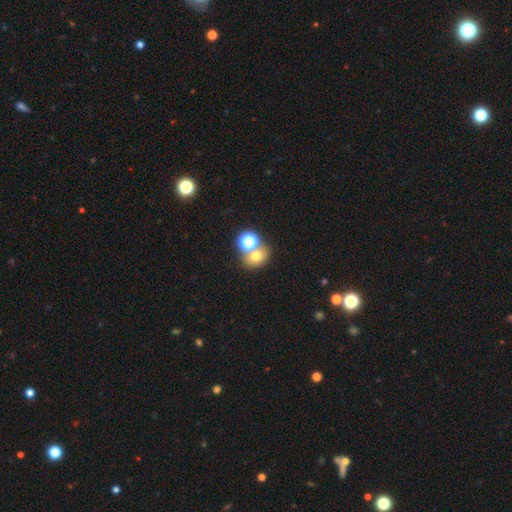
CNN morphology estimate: Smooth or featured? Predicted: smooth (p=0.69). How rounded? Predicted: round (p=0.58). Merging? Predicted: none (p=0.53).